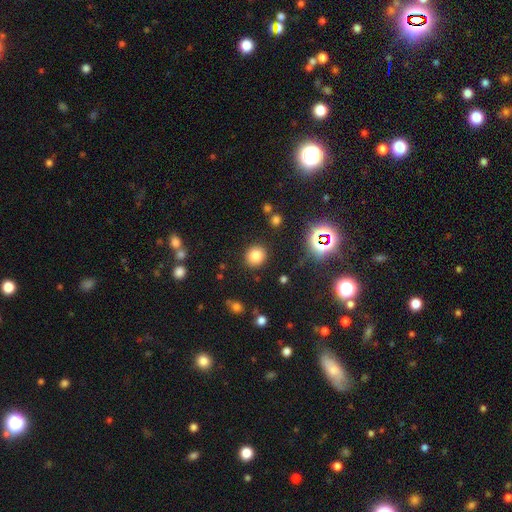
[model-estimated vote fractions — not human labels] smooth_or_featured: smooth (p=0.79) [alt: star or artifact p=0.15]
how_rounded: round (p=0.83) [alt: in between p=0.16]
merging: none (p=0.88) [alt: minor disturbance p=0.07]